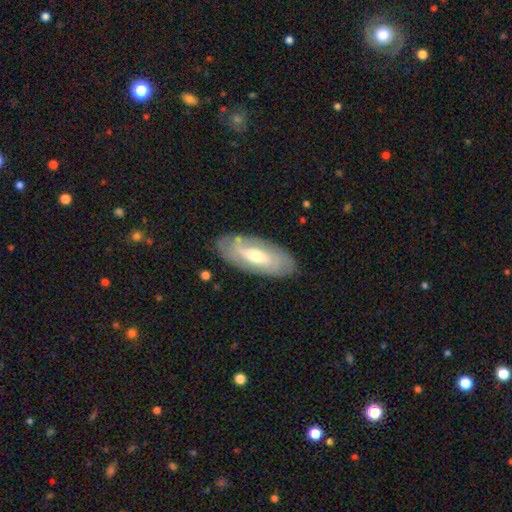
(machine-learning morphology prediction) A featured or disk galaxy (64%) with no bar (45%), spiral arms (69%) and a moderate central bulge (60%). Merging: none (81%).